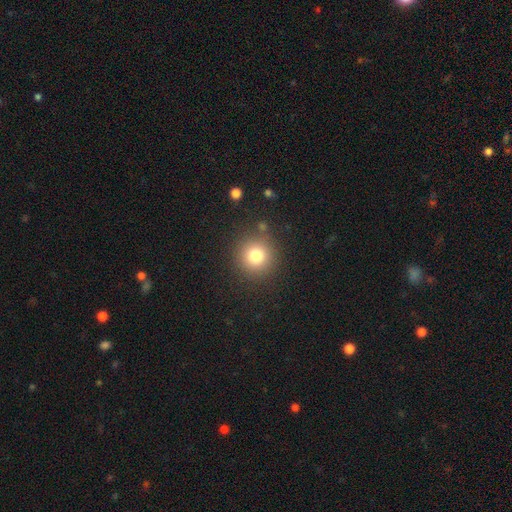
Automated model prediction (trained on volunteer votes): Q: Smooth or featured?
A: smooth (79%); runner-up: star or artifact (13%)
Q: How rounded?
A: round (94%); runner-up: in between (5%)
Q: Merging?
A: none (86%); runner-up: minor disturbance (8%)